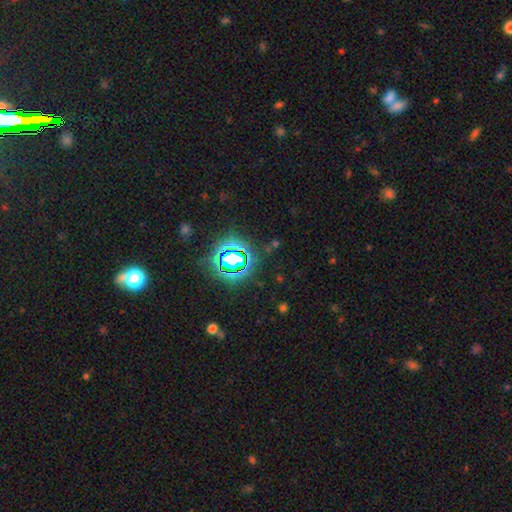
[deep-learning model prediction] smooth_or_featured: star or artifact (p=0.79) [alt: smooth p=0.14]